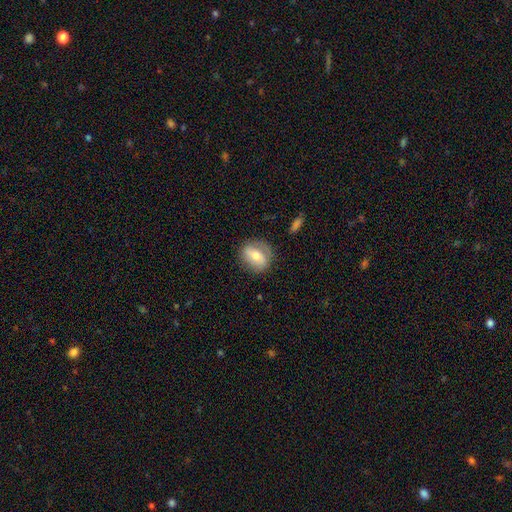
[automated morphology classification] smooth_or_featured: smooth (p=0.55) [alt: featured or disk p=0.38]
how_rounded: round (p=0.50) [alt: in between p=0.47]
merging: none (p=0.75) [alt: minor disturbance p=0.17]